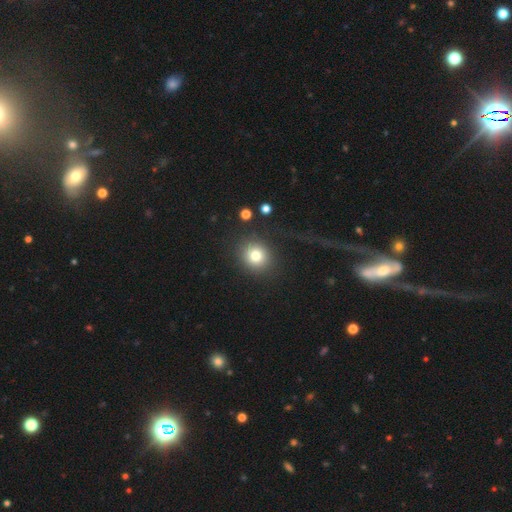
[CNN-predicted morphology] Smooth or featured: smooth — 79% (star or artifact — 11%)
How rounded: round — 84% (in between — 15%)
Merging: none — 79% (major disturbance — 9%)